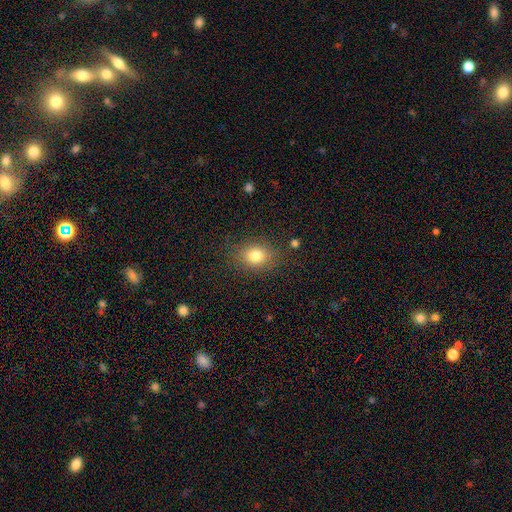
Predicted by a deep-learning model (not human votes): Overall: smooth (80%). How rounded: in between (55%; round 44%). Merging: none (82%).